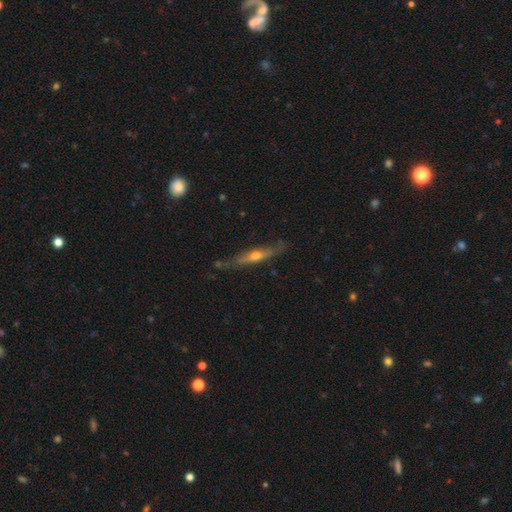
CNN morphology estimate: Smooth or featured: featured or disk — 69% (smooth — 25%)
Edge-on disk: yes — 90% (no — 10%)
Edge-on bulge: rounded — 84% (none — 12%)
Merging: none — 74% (minor disturbance — 18%)